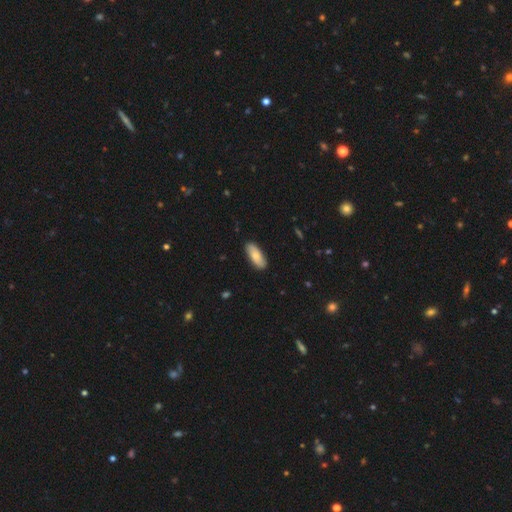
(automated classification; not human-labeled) Smooth or featured? smooth (75%)
How rounded? in between (77%)
Merging? none (87%)